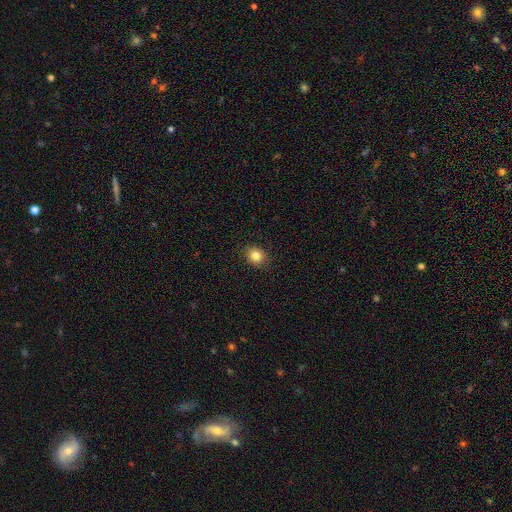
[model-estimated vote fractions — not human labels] Overall: smooth (83%). How rounded: round (63%; in between 36%). Merging: none (88%).